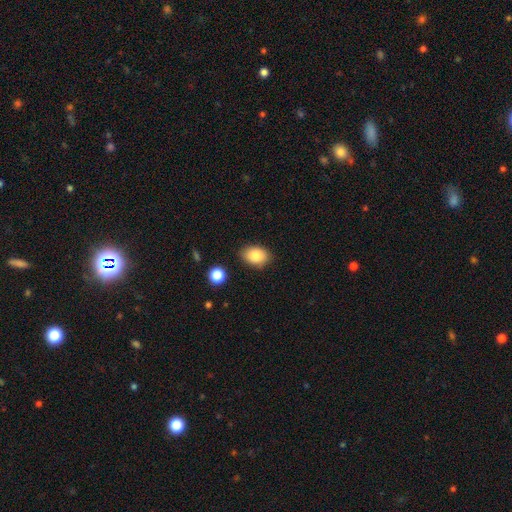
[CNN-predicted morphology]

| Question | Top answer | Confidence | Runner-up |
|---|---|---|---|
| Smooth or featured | smooth | 85% | star or artifact (8%) |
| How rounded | in between | 81% | round (18%) |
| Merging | none | 84% | minor disturbance (12%) |